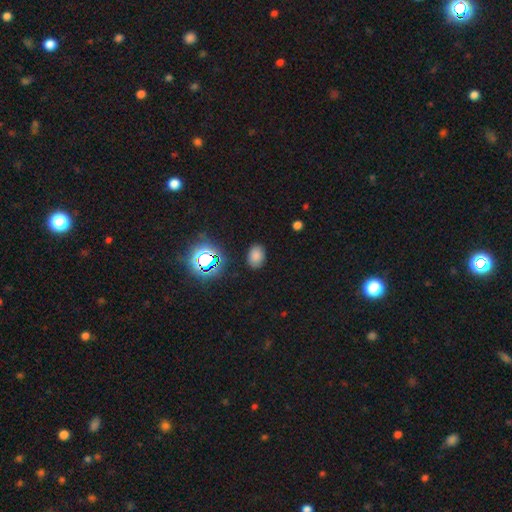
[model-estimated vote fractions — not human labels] A smooth galaxy with no disk features (74%) that is in between round and cigar-shaped (77%). Merging: none (85%).